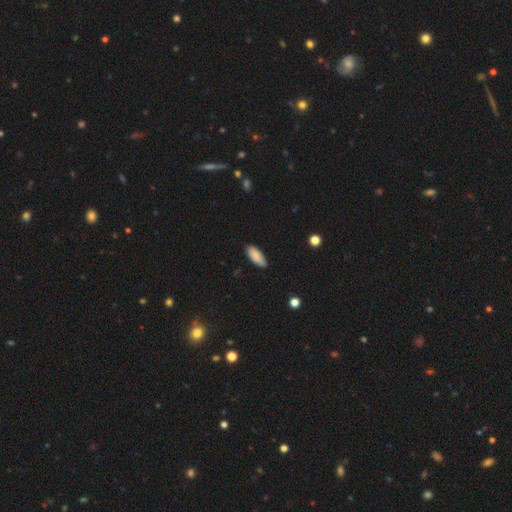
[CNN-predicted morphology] Smooth or featured: smooth — 86% (featured or disk — 7%)
How rounded: in between — 80% (cigar-shaped — 18%)
Merging: none — 77% (minor disturbance — 19%)